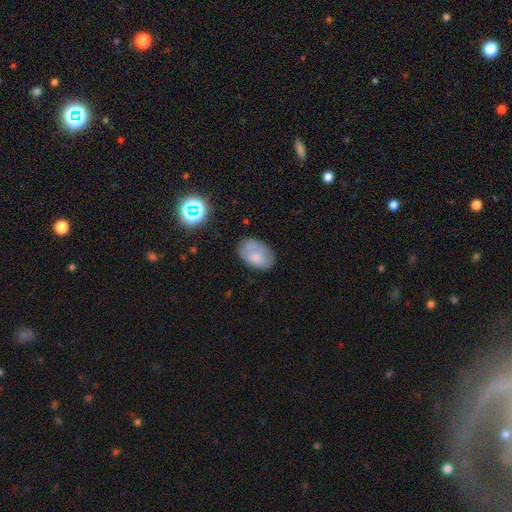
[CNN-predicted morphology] Overall: smooth (74%). How rounded: in between (88%). Merging: none (66%).